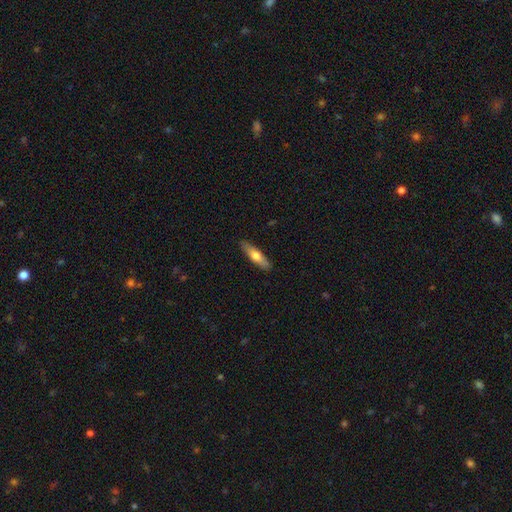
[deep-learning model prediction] smooth 62%, featured or disk 32%, star or artifact 6%. Down the decision tree: how rounded — cigar-shaped (69%); merging — none (89%).